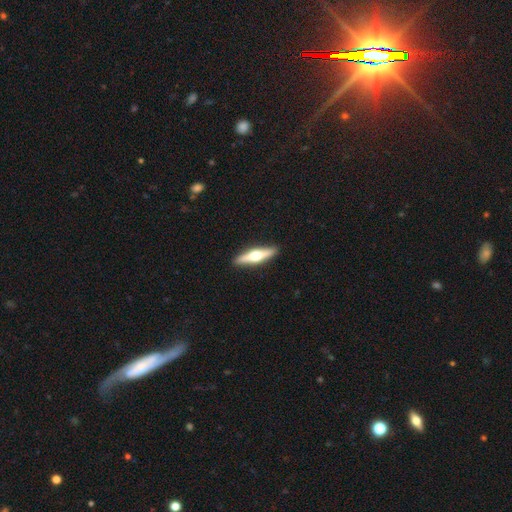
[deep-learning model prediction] A featured or disk galaxy (62%) viewed edge-on (96%) with a rounded central bulge (95%).

Vote fractions:
- Smooth or featured? featured or disk: 62% / smooth: 33% / star or artifact: 5%
- Edge-on disk? yes: 96% / no: 4%
- Edge-on bulge? rounded: 95% / boxy: 3% / none: 2%
- Merging? none: 91% / minor disturbance: 6% / major disturbance: 1% / merger: 1%